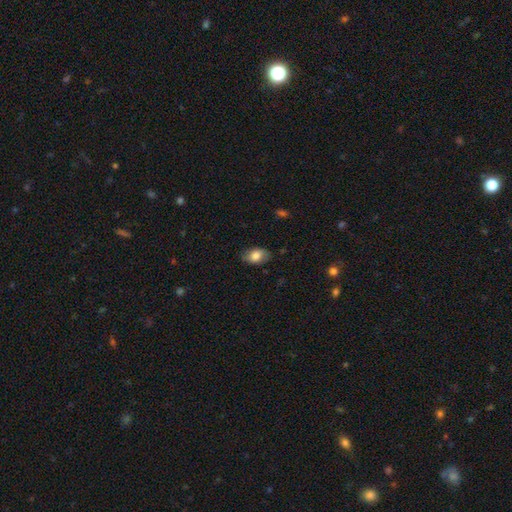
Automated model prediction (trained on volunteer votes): smooth-or-featured: smooth: 78% | featured or disk: 14% | star or artifact: 7%
  how-rounded: in between: 88% | round: 10% | cigar-shaped: 2%
  merging: none: 80% | minor disturbance: 16% | major disturbance: 4% | merger: 1%